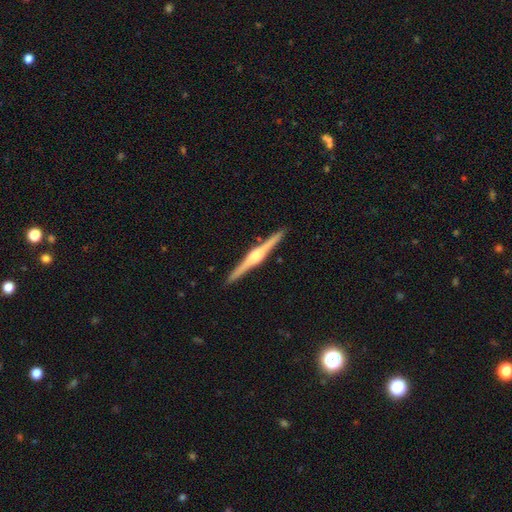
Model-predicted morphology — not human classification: This is clearly a featured or disk galaxy (84%). It is clearly viewed edge-on (99%). Edge-on bulge: clearly rounded (81%). Merging: clearly none (93%).